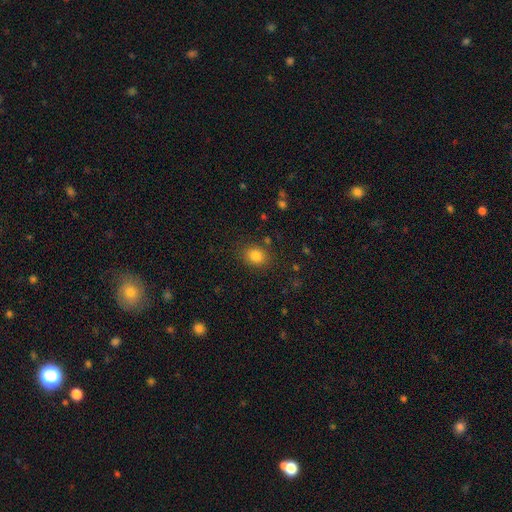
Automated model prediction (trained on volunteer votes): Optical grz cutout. It shows a smooth galaxy with no disk features (83%) that is round (56%). Merging: none (83%).